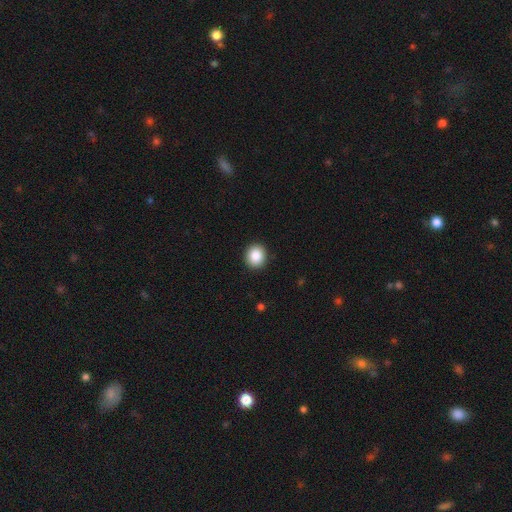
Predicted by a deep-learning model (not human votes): This is clearly a smooth galaxy (88%). How rounded: clearly round (84%). Merging: clearly none (91%).